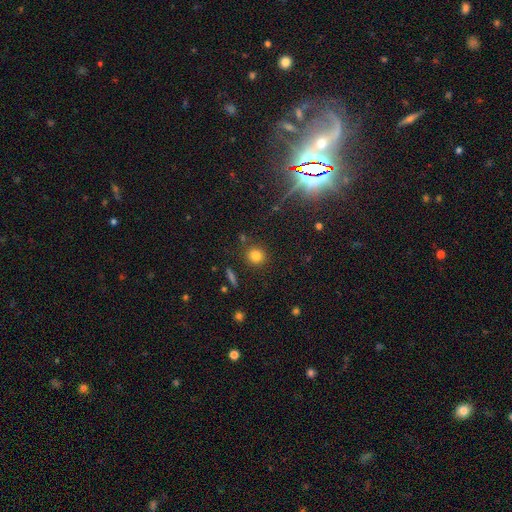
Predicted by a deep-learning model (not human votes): smooth 78%, star or artifact 14%, featured or disk 7%. Down the decision tree: how rounded — round (87%); merging — none (86%).